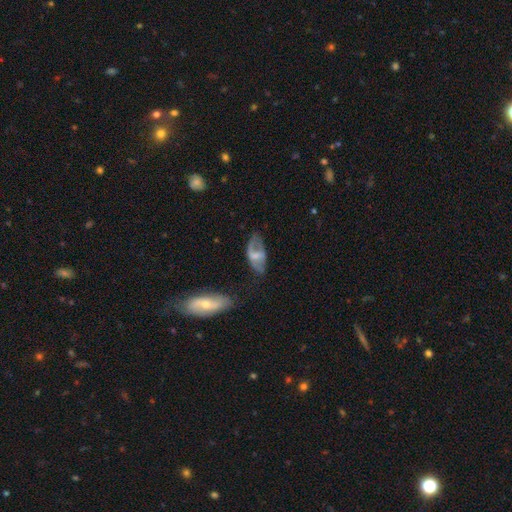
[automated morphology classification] This is possibly a featured or disk galaxy (50%). Merging: marginally none (44%).